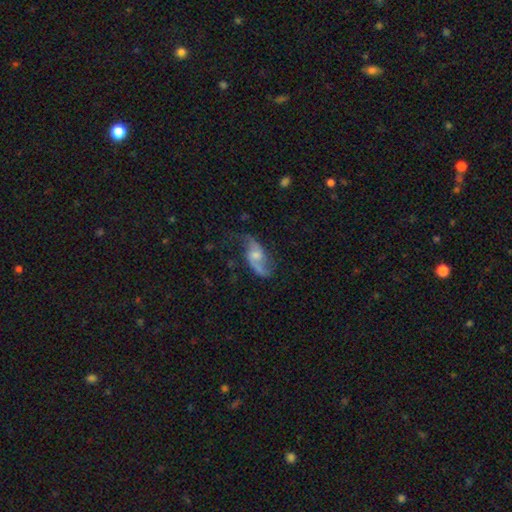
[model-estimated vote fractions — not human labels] This is likely a featured or disk galaxy (80%). It is clearly not viewed edge-on (95%). Bar: possibly no (56%). Spiral arm pattern: clearly yes (93%). Spiral arm count: clearly 2 (90%). Spiral winding: likely loose (71%). Central bulge: possibly moderate (46%). Merging: likely none (65%).